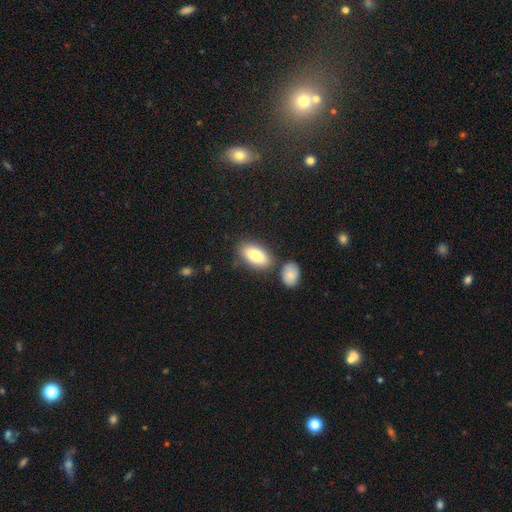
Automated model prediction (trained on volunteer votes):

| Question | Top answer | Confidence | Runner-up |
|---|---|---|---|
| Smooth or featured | smooth | 81% | featured or disk (13%) |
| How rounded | in between | 92% | cigar-shaped (4%) |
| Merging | none | 70% | merger (15%) |